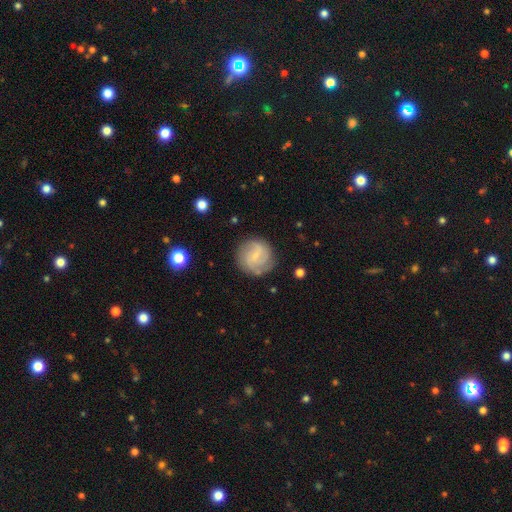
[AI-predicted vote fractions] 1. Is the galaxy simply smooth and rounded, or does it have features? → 54% featured or disk, 38% smooth, 7% star or artifact.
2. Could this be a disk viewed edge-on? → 98% no, 2% yes.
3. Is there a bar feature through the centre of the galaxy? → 54% weak, 34% no, 12% strong.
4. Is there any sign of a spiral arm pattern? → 84% yes, 16% no.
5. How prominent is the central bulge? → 63% small, 22% none, 13% moderate, 1% large, 1% dominant.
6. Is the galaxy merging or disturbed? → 78% none, 14% minor disturbance, 6% major disturbance, 2% merger.